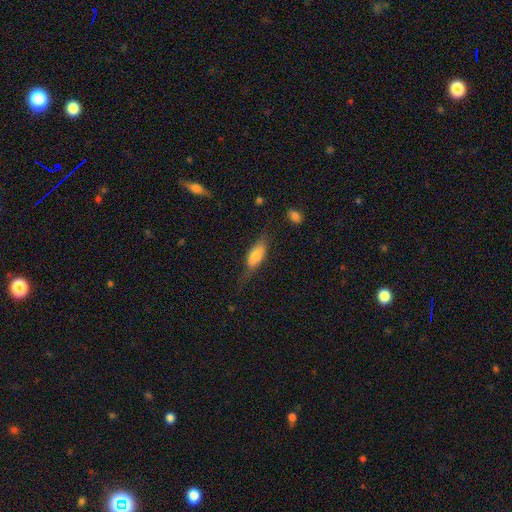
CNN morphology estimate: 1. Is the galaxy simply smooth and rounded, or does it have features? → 71% smooth, 22% featured or disk, 7% star or artifact.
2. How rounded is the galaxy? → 72% in between, 24% cigar-shaped, 3% round.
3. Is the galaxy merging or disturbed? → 56% none, 28% minor disturbance, 13% major disturbance, 2% merger.